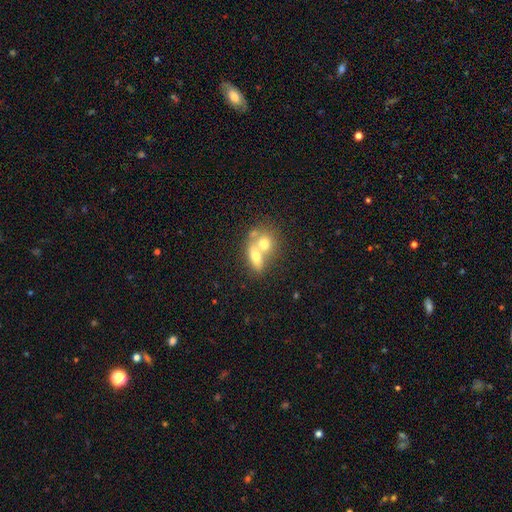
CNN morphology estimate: smooth 64%, featured or disk 28%, star or artifact 8%. Down the decision tree: how rounded — in between (62%); merging — merger (65%).